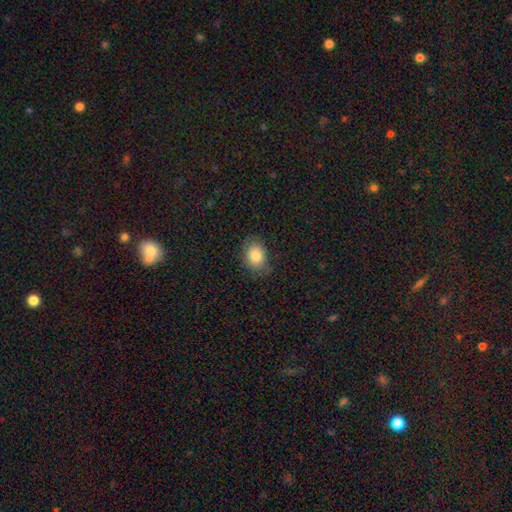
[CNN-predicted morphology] Smooth or featured? smooth (82%)
How rounded? in between (70%)
Merging? none (76%)